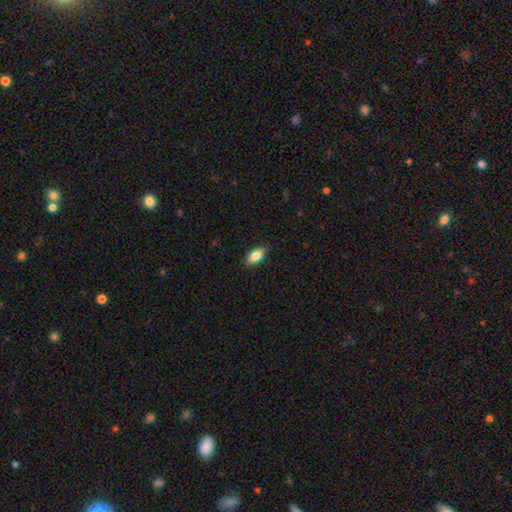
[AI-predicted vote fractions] smooth 83%, featured or disk 10%, star or artifact 7%. Down the decision tree: how rounded — in between (89%); merging — none (87%).